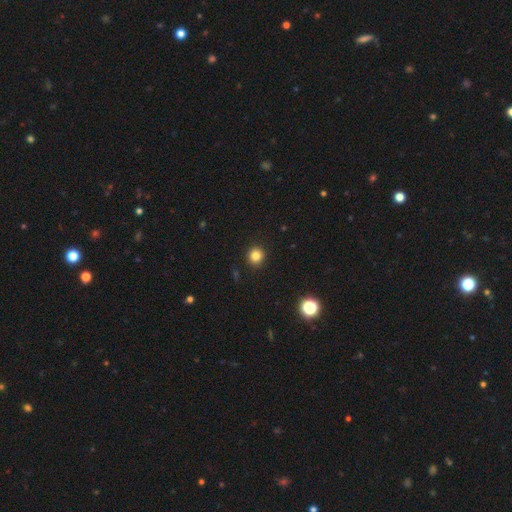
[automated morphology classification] This is clearly a smooth galaxy (82%). How rounded: clearly round (94%). Merging: clearly none (93%).